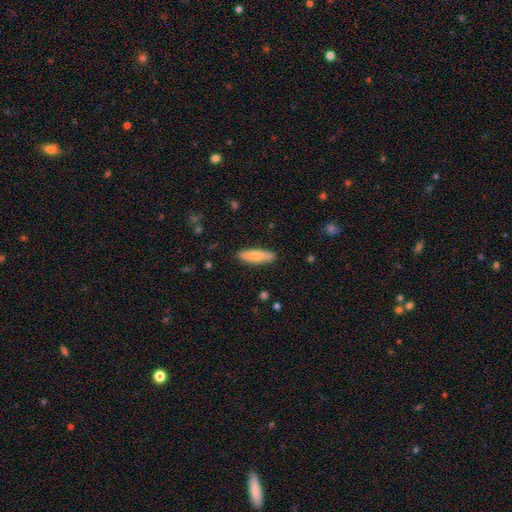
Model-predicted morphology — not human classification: This is likely a smooth galaxy (77%). How rounded: possibly cigar-shaped (59%). Merging: clearly none (86%).